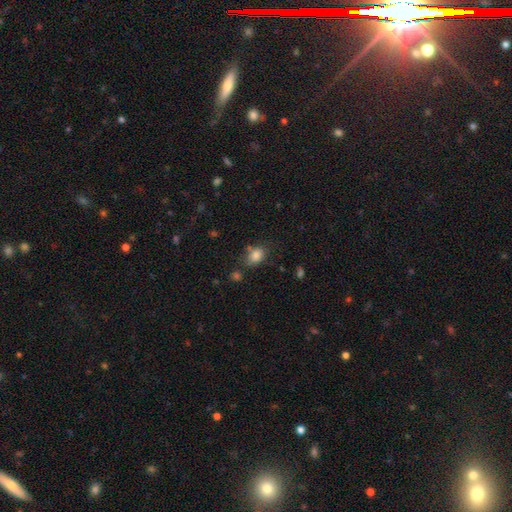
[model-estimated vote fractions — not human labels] This appears to be a smooth galaxy with no disk features (83%) that is in between round and cigar-shaped (64%). Merging: none (64%).